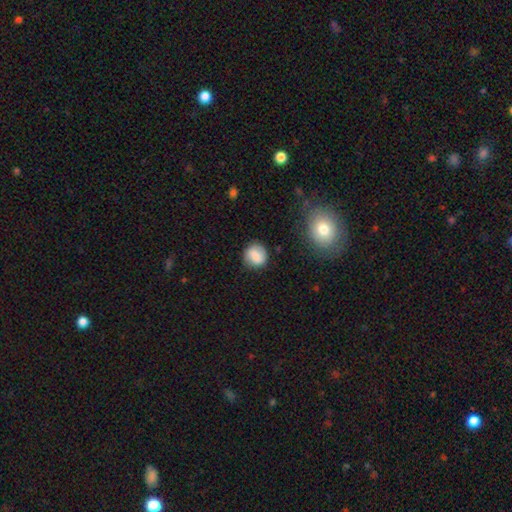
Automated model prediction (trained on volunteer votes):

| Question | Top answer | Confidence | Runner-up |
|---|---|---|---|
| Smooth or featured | smooth | 76% | featured or disk (16%) |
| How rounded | round | 77% | in between (21%) |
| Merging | none | 77% | minor disturbance (16%) |